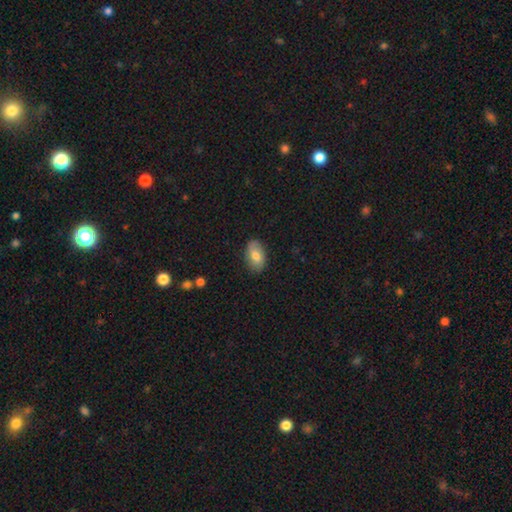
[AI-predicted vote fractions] The model was most divided on "smooth or featured": smooth: 74%, featured or disk: 19%, star or artifact: 7%. More confident: how rounded — in between (91%); merging — none (83%).